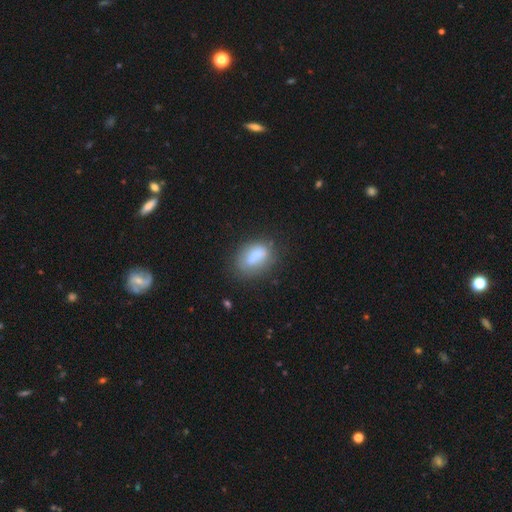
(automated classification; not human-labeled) This appears to be a smooth galaxy with no disk features (75%) that is in between round and cigar-shaped (82%). Merging: none (54%).